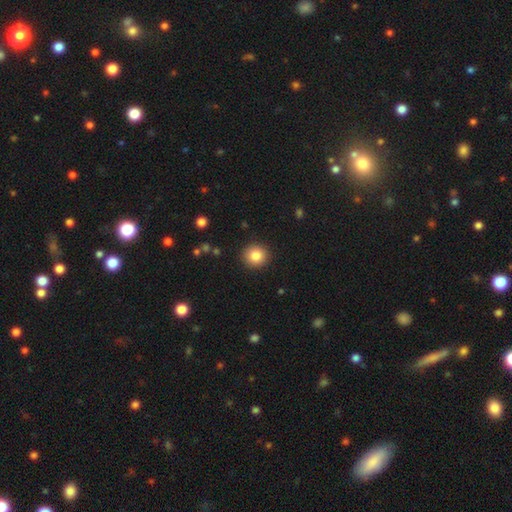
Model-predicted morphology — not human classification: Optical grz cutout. It shows a smooth galaxy with no disk features (83%) that is round (92%). Merging: none (91%).